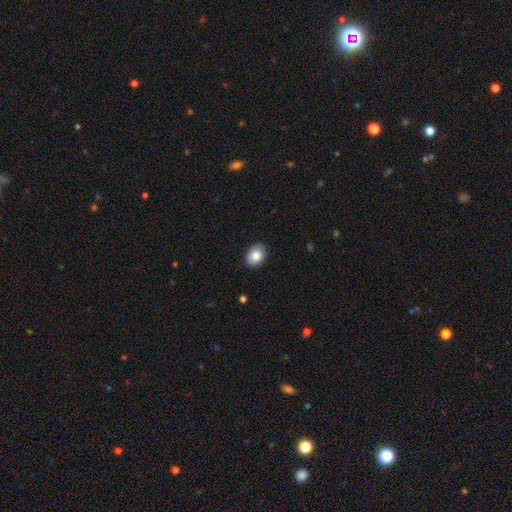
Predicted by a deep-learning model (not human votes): Smooth or featured: smooth — 82% (featured or disk — 10%)
How rounded: in between — 68% (round — 31%)
Merging: none — 87% (minor disturbance — 10%)